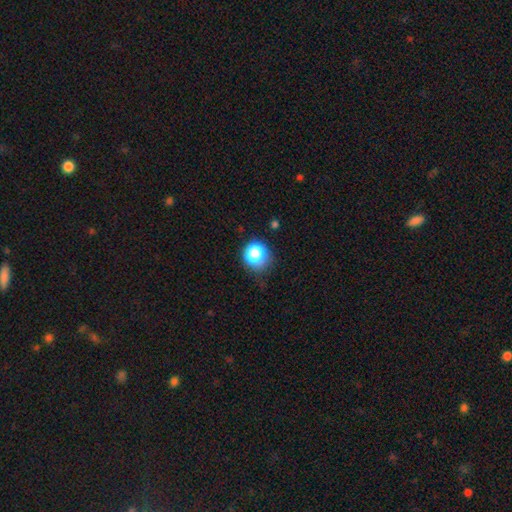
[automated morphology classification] Overall: smooth (79%). How rounded: round (84%). Merging: none (70%).